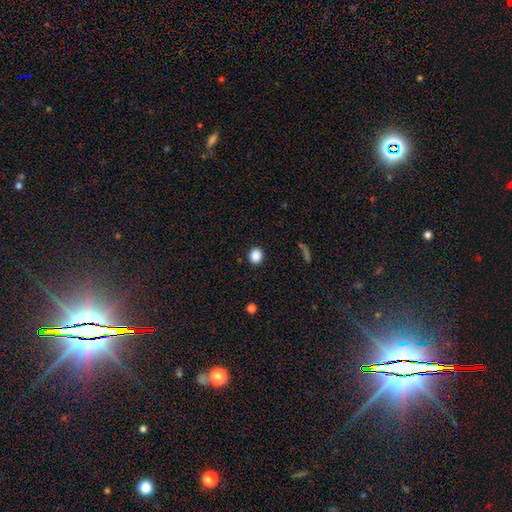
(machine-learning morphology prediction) A smooth galaxy with no disk features (87%) that is round (78%). Merging: none (89%).